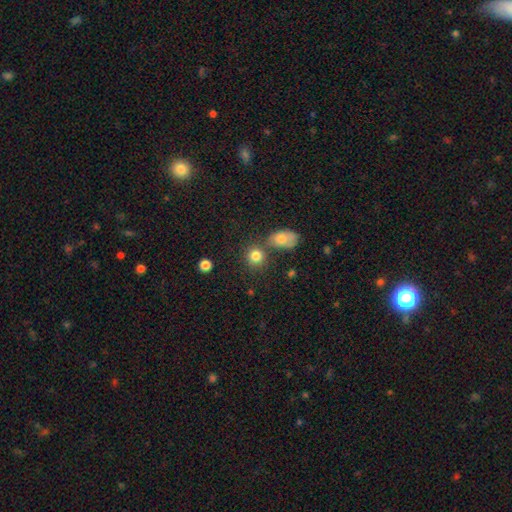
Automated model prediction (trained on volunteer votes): smooth 82%, star or artifact 11%, featured or disk 8%. Down the decision tree: how rounded — round (82%); merging — none (64%).